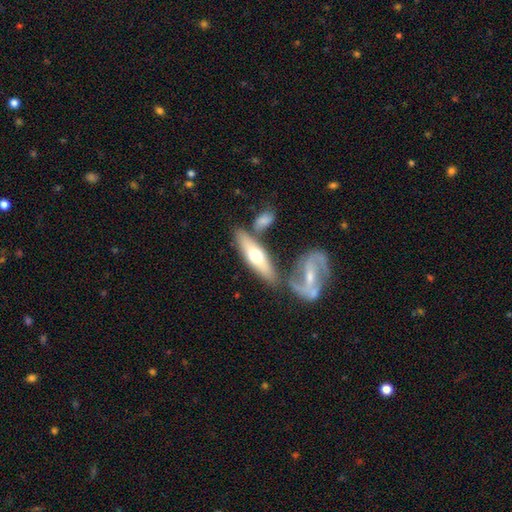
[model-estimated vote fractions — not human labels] The model was most divided on "smooth or featured": featured or disk: 50%, smooth: 45%, star or artifact: 5%. More confident: merging — none (63%).